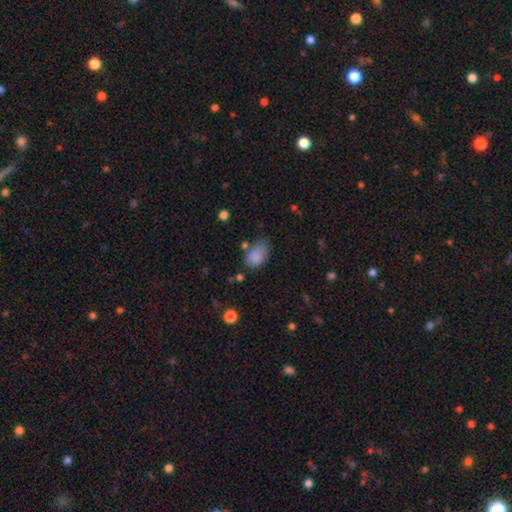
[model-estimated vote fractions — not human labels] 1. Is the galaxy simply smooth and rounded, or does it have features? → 81% smooth, 10% star or artifact, 9% featured or disk.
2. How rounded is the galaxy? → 86% in between, 13% round, 1% cigar-shaped.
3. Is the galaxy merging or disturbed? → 43% none, 35% minor disturbance, 15% major disturbance, 6% merger.